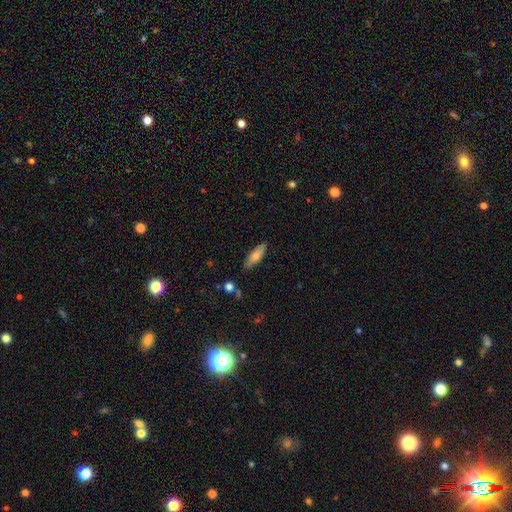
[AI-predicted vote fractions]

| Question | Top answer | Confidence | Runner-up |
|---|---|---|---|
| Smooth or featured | smooth | 70% | featured or disk (23%) |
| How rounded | in between | 52% | cigar-shaped (46%) |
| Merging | none | 86% | minor disturbance (11%) |